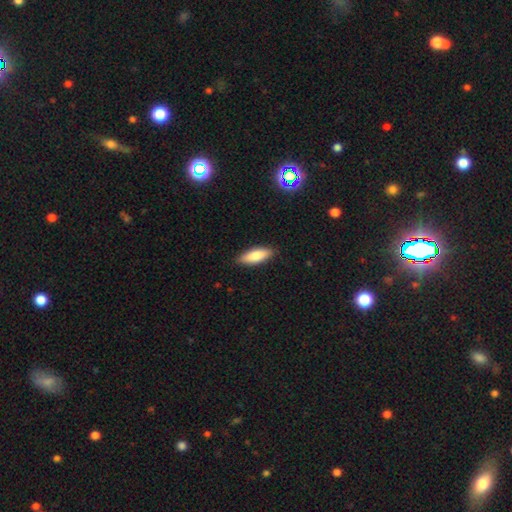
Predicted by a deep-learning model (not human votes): Smooth or featured?
  - smooth: 83% *
  - featured or disk: 11%
  - star or artifact: 6%
How rounded?
  - in between: 64% *
  - cigar-shaped: 34%
  - round: 2%
Merging?
  - none: 88% *
  - minor disturbance: 10%
  - major disturbance: 2%
  - merger: 1%